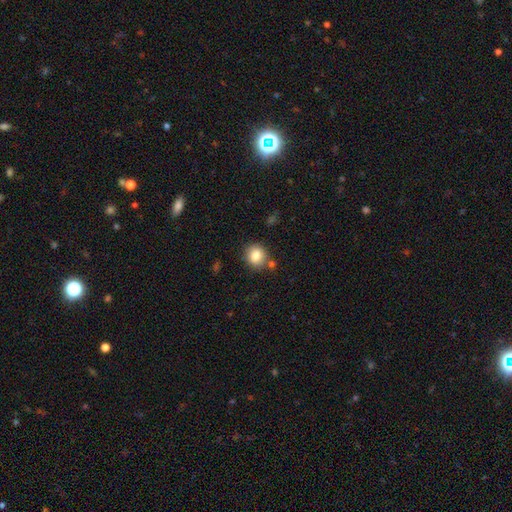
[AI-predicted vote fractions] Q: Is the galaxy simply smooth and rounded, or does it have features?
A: smooth — 82%.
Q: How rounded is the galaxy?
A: round — 84%.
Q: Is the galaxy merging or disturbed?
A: none — 78%.